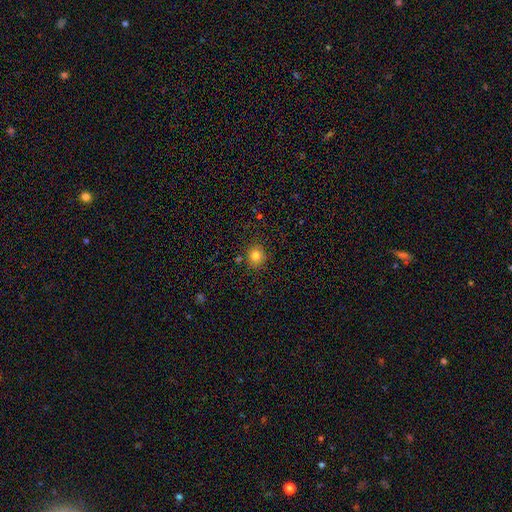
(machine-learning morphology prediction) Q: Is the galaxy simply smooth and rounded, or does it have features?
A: smooth — 82%.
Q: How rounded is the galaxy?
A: round — 83%.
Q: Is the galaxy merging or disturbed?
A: none — 85%.